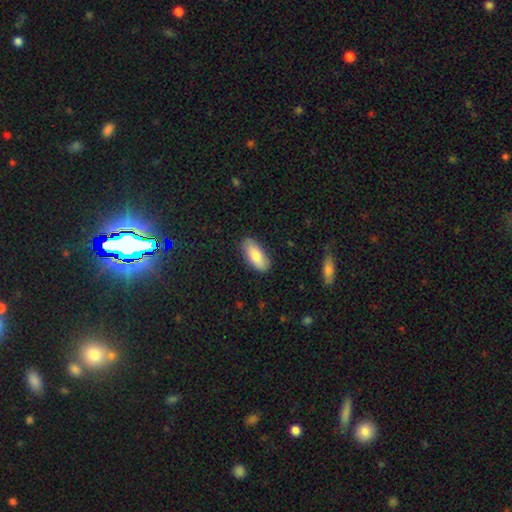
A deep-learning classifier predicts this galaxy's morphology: smooth 81%, featured or disk 13%, star or artifact 6%. Down the decision tree: how rounded — in between (87%); merging — none (86%).